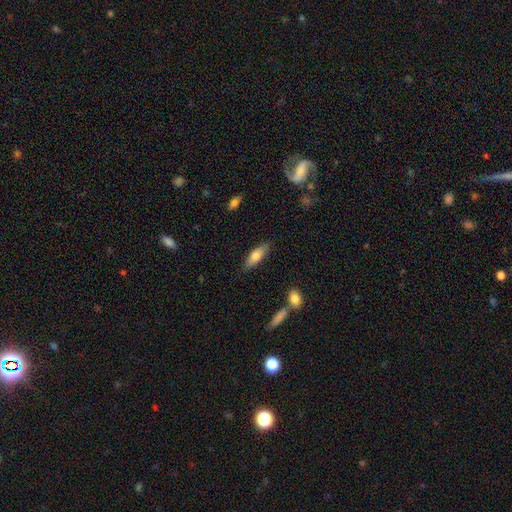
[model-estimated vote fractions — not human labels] Smooth or featured?
  - smooth: 70% *
  - featured or disk: 24%
  - star or artifact: 6%
How rounded?
  - in between: 54% *
  - cigar-shaped: 44%
  - round: 2%
Merging?
  - none: 83% *
  - minor disturbance: 12%
  - major disturbance: 3%
  - merger: 2%